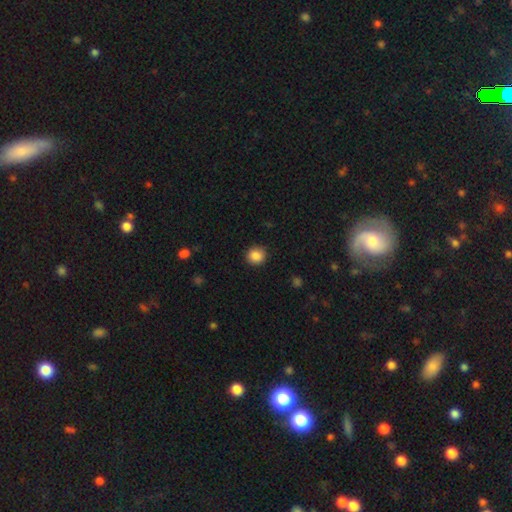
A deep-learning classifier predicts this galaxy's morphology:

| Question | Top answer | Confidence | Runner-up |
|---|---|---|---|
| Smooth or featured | smooth | 88% | star or artifact (9%) |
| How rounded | round | 88% | in between (11%) |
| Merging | none | 90% | minor disturbance (7%) |